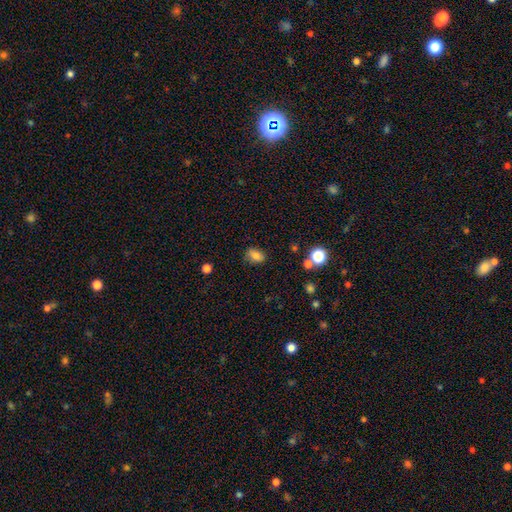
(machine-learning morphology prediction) This is likely a smooth galaxy (80%). How rounded: likely in between (77%). Merging: likely none (80%).